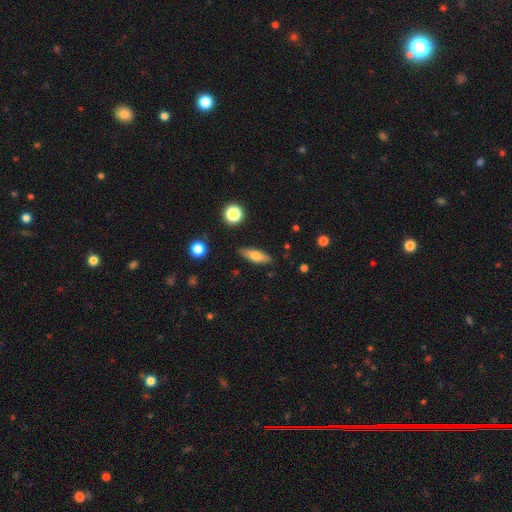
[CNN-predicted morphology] smooth-or-featured: smooth: 69% | featured or disk: 24% | star or artifact: 7%
  how-rounded: in between: 55% | cigar-shaped: 41% | round: 4%
  merging: none: 86% | minor disturbance: 10% | major disturbance: 2% | merger: 2%